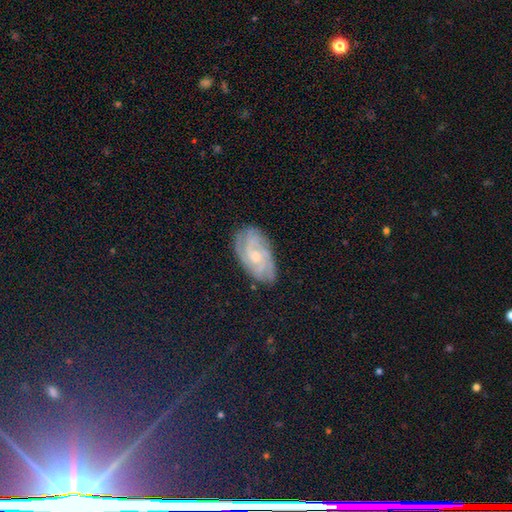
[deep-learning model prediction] Smooth or featured: featured or disk — 78% (smooth — 13%)
Edge-on disk: no — 96% (yes — 4%)
Bar: no — 67% (weak — 28%)
Spiral arms: yes — 96% (no — 4%)
Spiral winding: tight — 67% (medium — 27%)
Spiral arm count: can't tell — 30% (3 — 23%)
Bulge size: small — 55% (moderate — 40%)
Merging: none — 78% (minor disturbance — 16%)